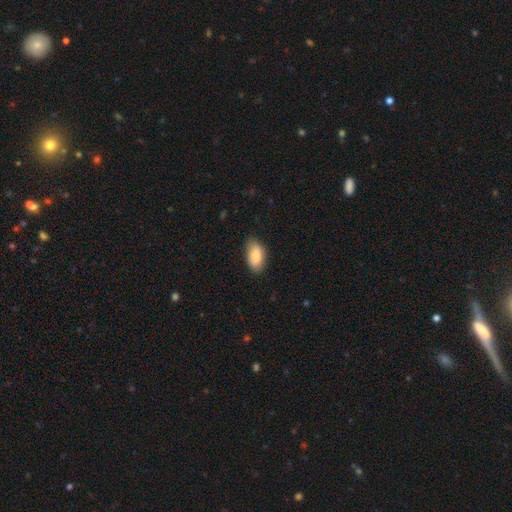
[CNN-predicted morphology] Smooth or featured? smooth (83%)
How rounded? in between (93%)
Merging? none (82%)